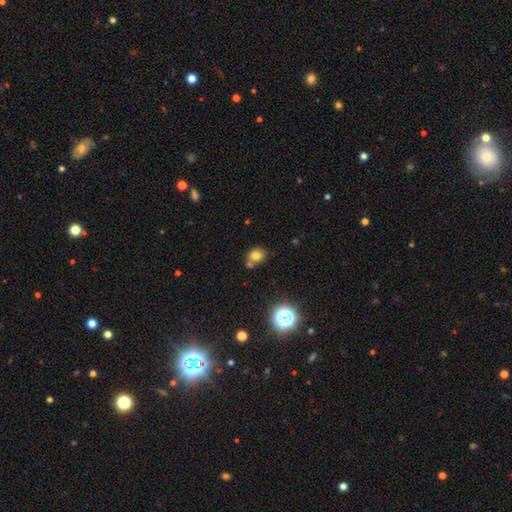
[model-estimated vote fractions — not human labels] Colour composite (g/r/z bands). It shows a smooth galaxy with no disk features (76%) that is round (66%). Merging: none (59%).